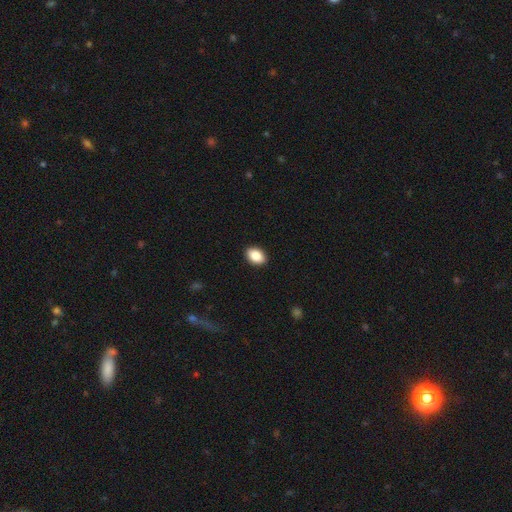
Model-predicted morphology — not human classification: Smooth or featured? Predicted: smooth (p=0.88). How rounded? Predicted: in between (p=0.83). Merging? Predicted: none (p=0.91).